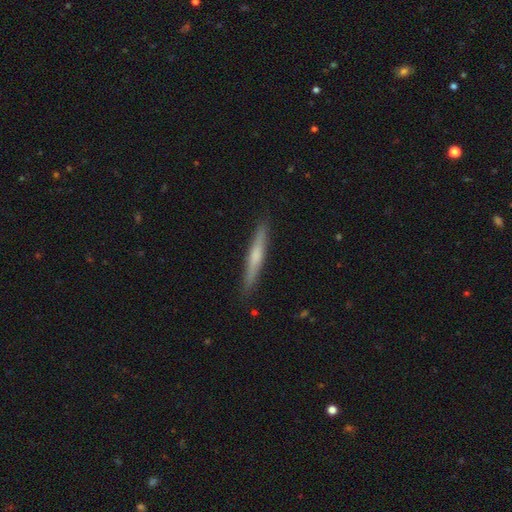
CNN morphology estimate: smooth_or_featured: smooth (p=0.48) [alt: featured or disk p=0.46]
merging: none (p=0.89) [alt: minor disturbance p=0.08]